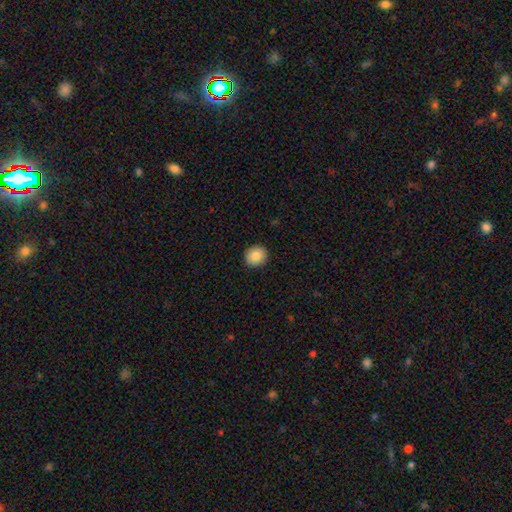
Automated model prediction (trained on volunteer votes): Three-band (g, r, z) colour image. It shows a smooth galaxy with no disk features (86%) that is round (88%). Merging: none (91%).